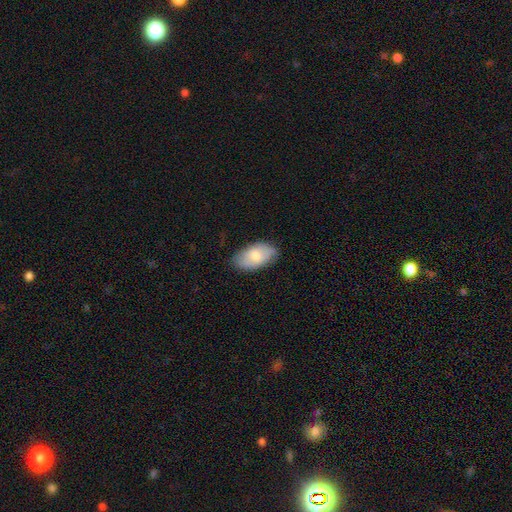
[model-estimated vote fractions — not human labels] Smooth or featured? smooth (75%)
How rounded? in between (95%)
Merging? none (75%)